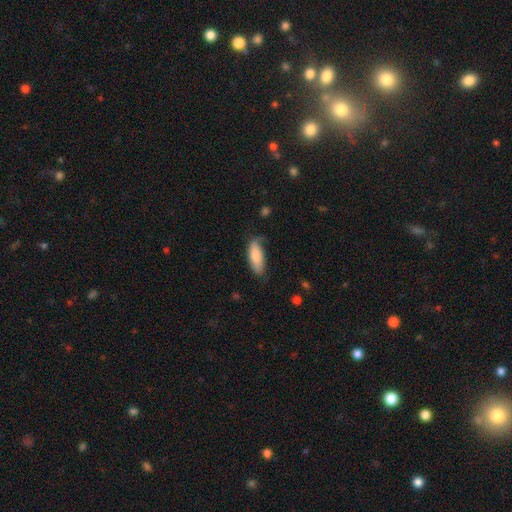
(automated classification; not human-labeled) smooth 81%, featured or disk 13%, star or artifact 6%. Down the decision tree: how rounded — in between (70%); merging — none (61%).